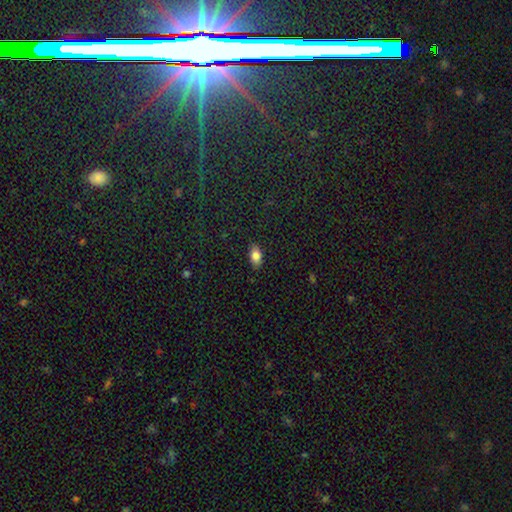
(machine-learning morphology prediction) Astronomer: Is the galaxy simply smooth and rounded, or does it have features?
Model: smooth — 82%.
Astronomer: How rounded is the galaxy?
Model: in between — 91%.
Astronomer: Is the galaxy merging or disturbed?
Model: none — 85%.